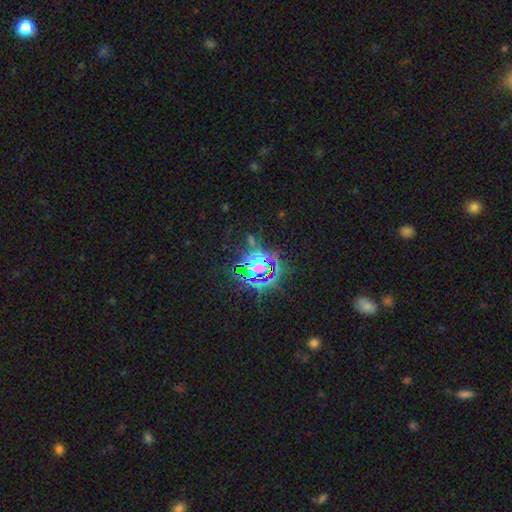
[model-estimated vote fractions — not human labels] A star or artifact, not a galaxy (80%).

Vote fractions:
- Smooth or featured? star or artifact: 80% / smooth: 12% / featured or disk: 8%